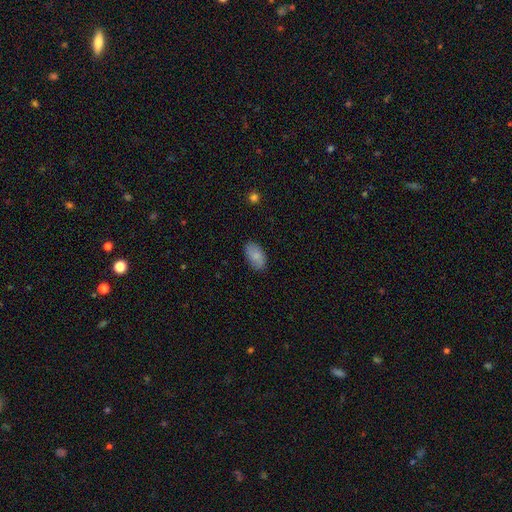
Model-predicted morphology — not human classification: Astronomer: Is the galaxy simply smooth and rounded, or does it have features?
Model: smooth — 81%.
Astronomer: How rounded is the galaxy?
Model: in between — 94%.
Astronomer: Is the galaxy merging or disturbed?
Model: none — 82%.